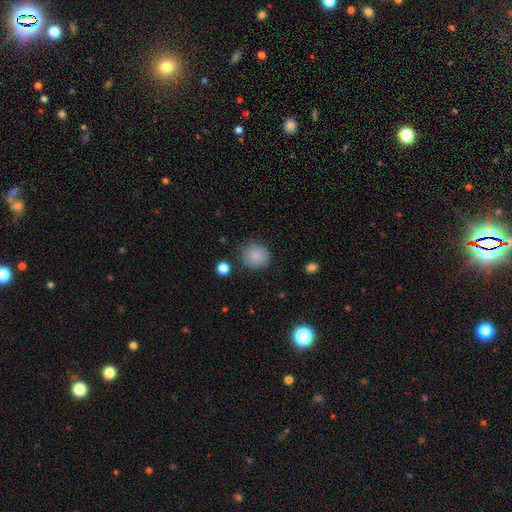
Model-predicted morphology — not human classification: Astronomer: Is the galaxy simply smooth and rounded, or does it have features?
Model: smooth — 85%.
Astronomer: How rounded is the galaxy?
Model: round — 85%.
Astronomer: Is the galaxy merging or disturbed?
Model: none — 81%.